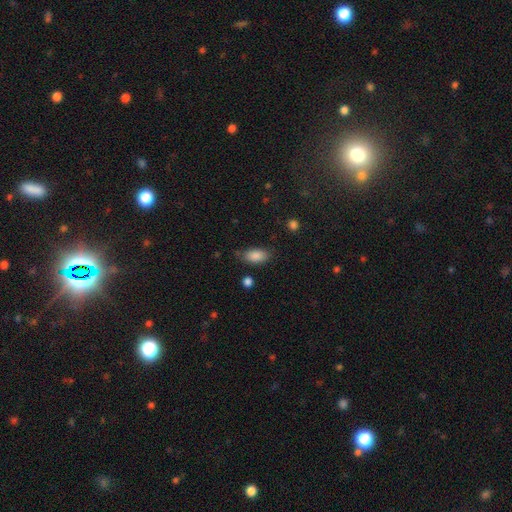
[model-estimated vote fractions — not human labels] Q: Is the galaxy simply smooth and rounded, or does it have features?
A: smooth — 87%.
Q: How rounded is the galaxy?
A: in between — 91%.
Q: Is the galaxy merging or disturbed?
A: none — 77%.